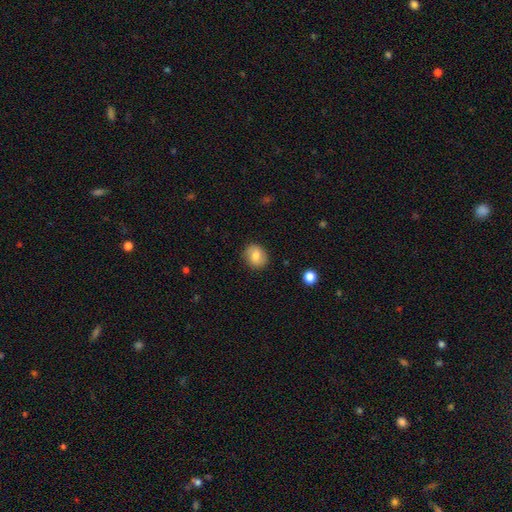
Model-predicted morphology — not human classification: A smooth galaxy with no disk features (78%) that is round (66%).

Vote fractions:
- Smooth or featured? smooth: 78% / featured or disk: 14% / star or artifact: 8%
- How rounded? round: 66% / in between: 33% / cigar-shaped: 1%
- Merging? none: 85% / minor disturbance: 11% / major disturbance: 3% / merger: 1%